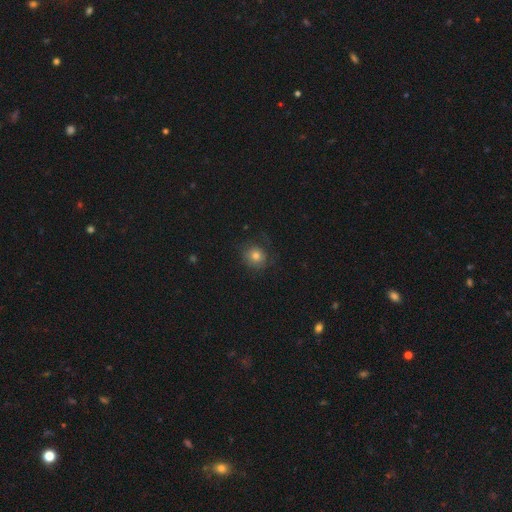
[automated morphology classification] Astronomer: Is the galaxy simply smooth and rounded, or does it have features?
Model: smooth — 76%.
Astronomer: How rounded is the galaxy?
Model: round — 85%.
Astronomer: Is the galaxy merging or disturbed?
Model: none — 74%.